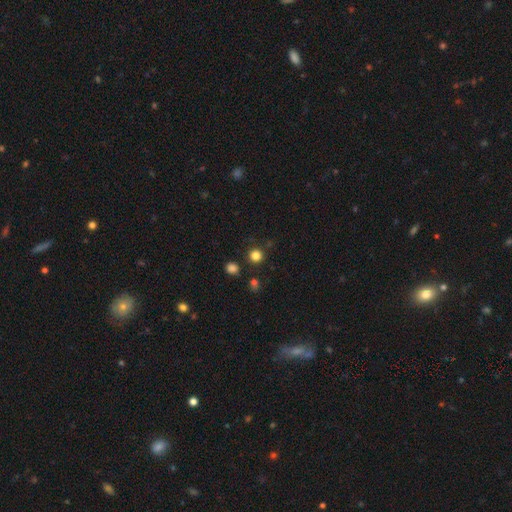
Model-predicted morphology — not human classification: Smooth or featured?
  - smooth: 82% *
  - star or artifact: 14%
  - featured or disk: 4%
How rounded?
  - round: 94% *
  - in between: 5%
  - cigar-shaped: 1%
Merging?
  - none: 87% *
  - minor disturbance: 7%
  - merger: 4%
  - major disturbance: 3%